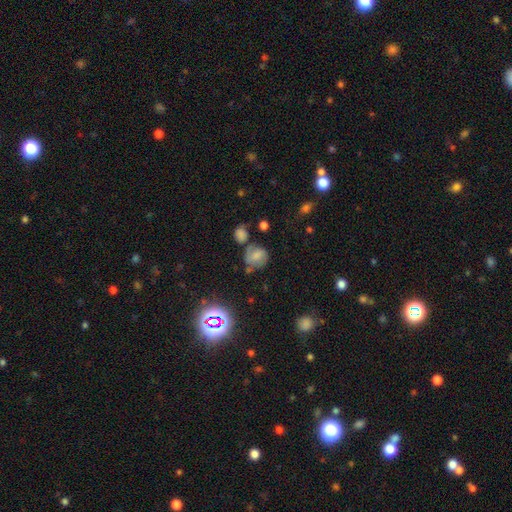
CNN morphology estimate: smooth 56%, featured or disk 28%, star or artifact 17%. Down the decision tree: how rounded — round (62%); merging — none (48%).